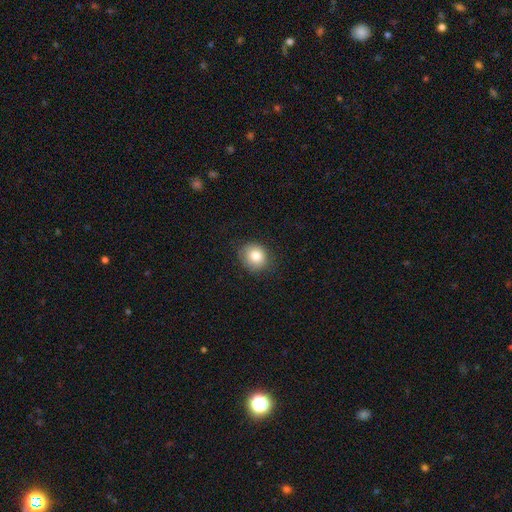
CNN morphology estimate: Smooth or featured? Predicted: smooth (p=0.81). How rounded? Predicted: round (p=0.74). Merging? Predicted: none (p=0.82).